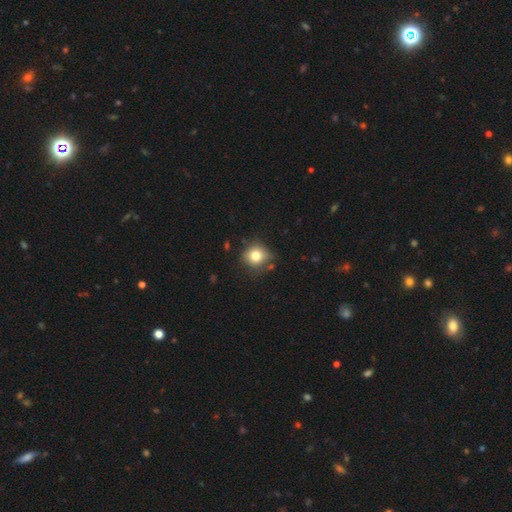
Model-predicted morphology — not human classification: The model was most divided on "merging": none: 76%, minor disturbance: 17%, major disturbance: 4%, merger: 3%. More confident: how rounded — round (86%); smooth or featured — smooth (79%).